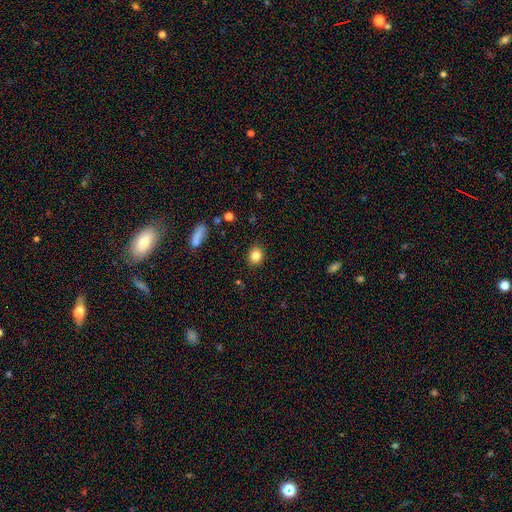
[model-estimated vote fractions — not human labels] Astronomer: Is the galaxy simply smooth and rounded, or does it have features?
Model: smooth — 84%.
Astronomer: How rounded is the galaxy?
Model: round — 69%.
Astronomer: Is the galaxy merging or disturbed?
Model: none — 89%.